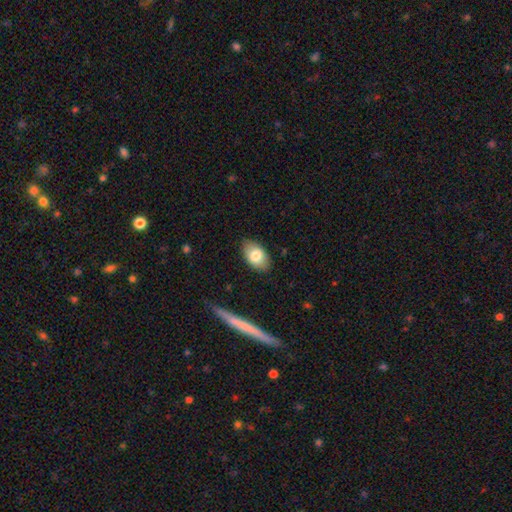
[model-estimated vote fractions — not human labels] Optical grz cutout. It shows a smooth galaxy with no disk features (79%) that is in between round and cigar-shaped (90%). Merging: none (86%).